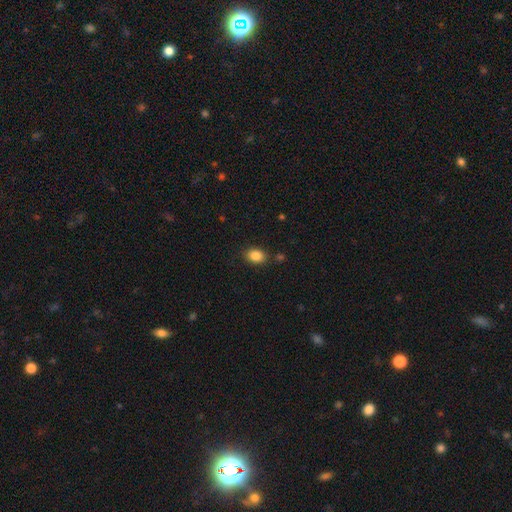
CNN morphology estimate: This appears to be a smooth galaxy with no disk features (86%) that is in between round and cigar-shaped (67%). Merging: none (83%).